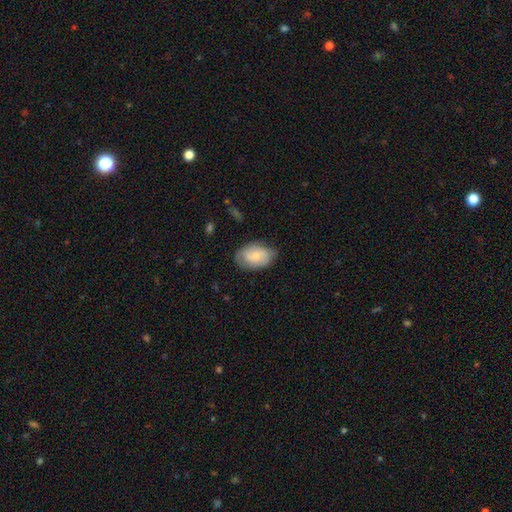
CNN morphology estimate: This is likely a smooth galaxy (64%). How rounded: clearly in between (86%). Merging: likely none (63%).